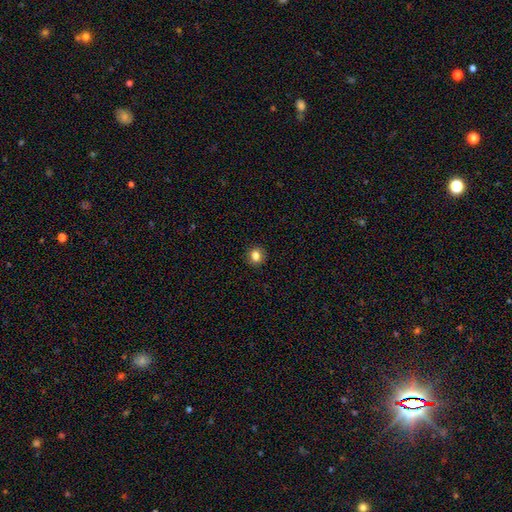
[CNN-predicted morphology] A smooth galaxy with no disk features (83%) that is round (82%).

Vote fractions:
- Smooth or featured? smooth: 83% / star or artifact: 11% / featured or disk: 6%
- How rounded? round: 82% / in between: 17% / cigar-shaped: 1%
- Merging? none: 91% / minor disturbance: 6% / major disturbance: 2% / merger: 1%